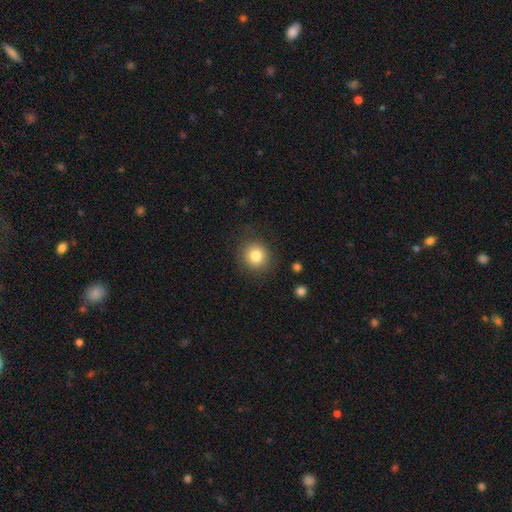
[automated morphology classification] Q: Smooth or featured?
A: smooth (82%); runner-up: star or artifact (10%)
Q: How rounded?
A: round (89%); runner-up: in between (10%)
Q: Merging?
A: none (86%); runner-up: minor disturbance (9%)